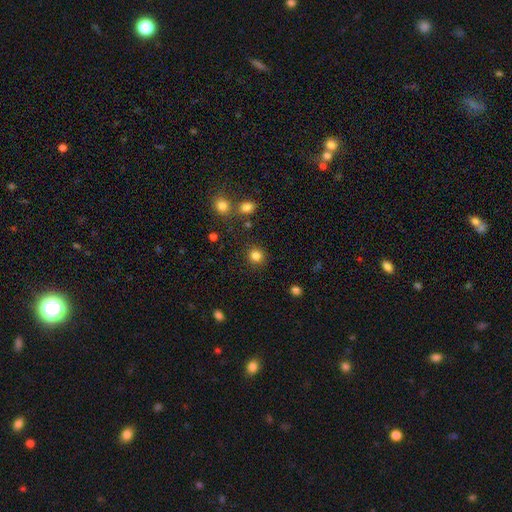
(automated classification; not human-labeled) The model was most divided on "smooth or featured": smooth: 84%, star or artifact: 12%, featured or disk: 4%. More confident: how rounded — round (91%); merging — none (89%).